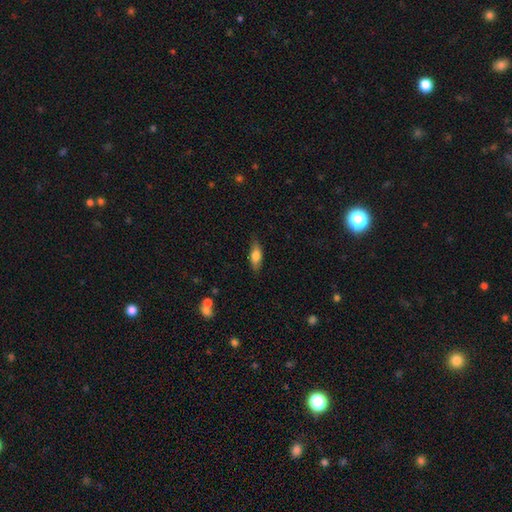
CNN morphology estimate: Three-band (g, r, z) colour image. It shows a smooth galaxy with no disk features (73%) that is in between round and cigar-shaped (72%). Merging: none (81%).